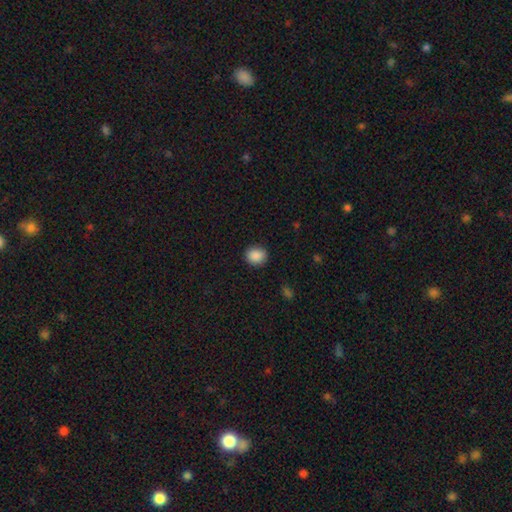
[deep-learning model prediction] Smooth or featured? smooth (89%)
How rounded? round (77%)
Merging? none (88%)